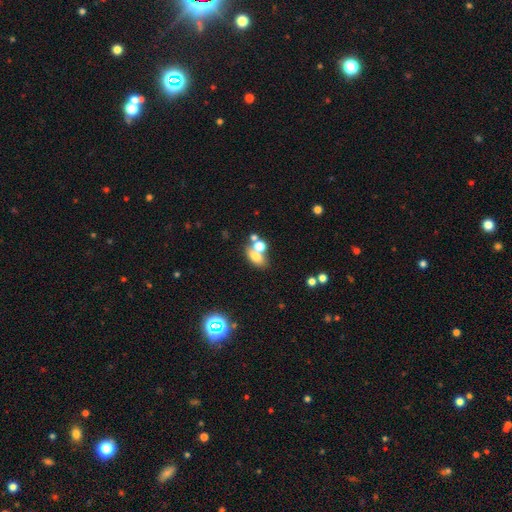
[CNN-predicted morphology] Q: Smooth or featured?
A: smooth (67%); runner-up: featured or disk (19%)
Q: How rounded?
A: in between (75%); runner-up: round (22%)
Q: Merging?
A: merger (44%); runner-up: none (39%)